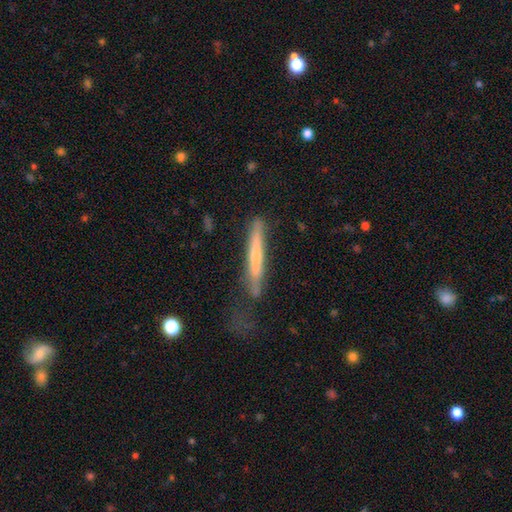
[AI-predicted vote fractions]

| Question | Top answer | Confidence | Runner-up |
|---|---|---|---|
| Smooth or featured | smooth | 50% | featured or disk (43%) |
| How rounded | cigar-shaped | 96% | in between (3%) |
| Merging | none | 66% | minor disturbance (22%) |